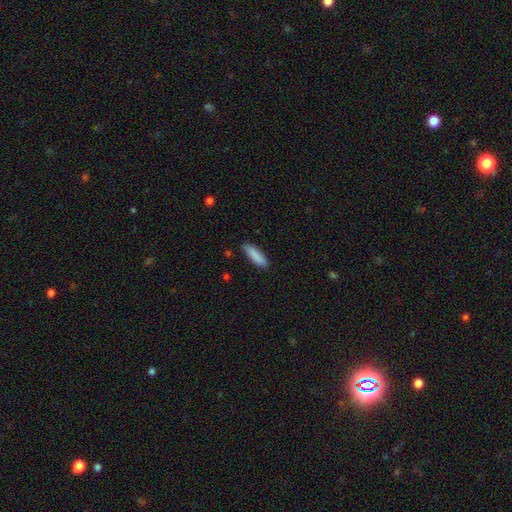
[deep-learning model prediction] Q: Smooth or featured?
A: smooth (88%); runner-up: star or artifact (6%)
Q: How rounded?
A: cigar-shaped (53%); runner-up: in between (45%)
Q: Merging?
A: none (84%); runner-up: minor disturbance (12%)